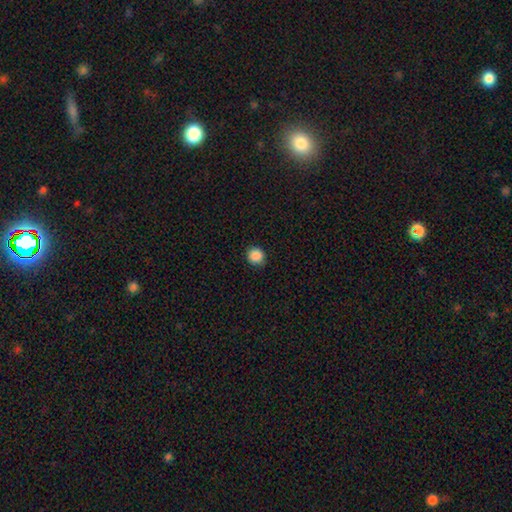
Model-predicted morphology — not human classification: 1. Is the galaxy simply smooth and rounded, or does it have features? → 88% smooth, 10% star or artifact, 2% featured or disk.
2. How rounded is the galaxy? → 91% round, 8% in between, 1% cigar-shaped.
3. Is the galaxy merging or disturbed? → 88% none, 9% minor disturbance, 2% major disturbance, 1% merger.